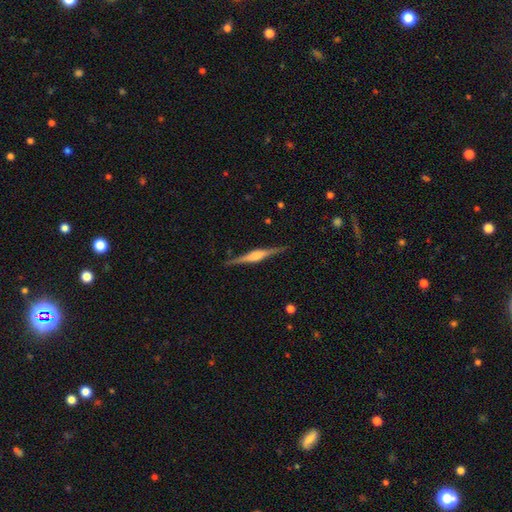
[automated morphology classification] A featured or disk galaxy (79%) viewed edge-on (98%) with a rounded central bulge (71%). Merging: none (89%).